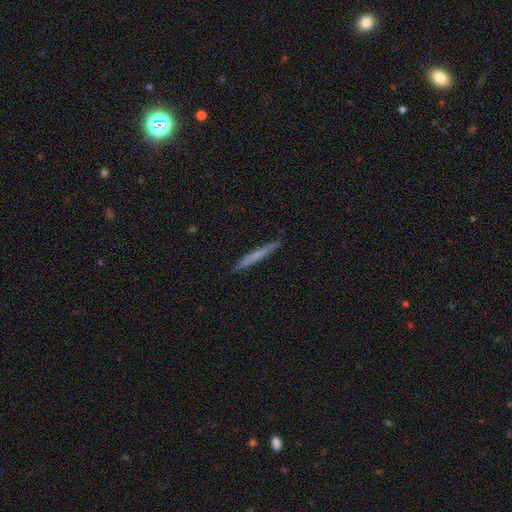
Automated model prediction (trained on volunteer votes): Overall: smooth (61%; featured or disk 33%). How rounded: cigar-shaped (97%). Merging: none (90%).